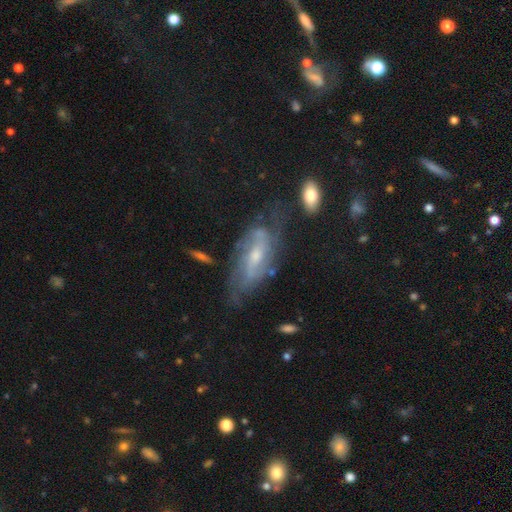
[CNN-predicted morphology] Smooth or featured? featured or disk (78%)
Edge-on disk? no (89%)
Bar? weak (44%)
Spiral arms? yes (88%)
Spiral winding? medium (41%)
Spiral arm count? 2 (41%)
Bulge size? small (47%)
Merging? none (59%)